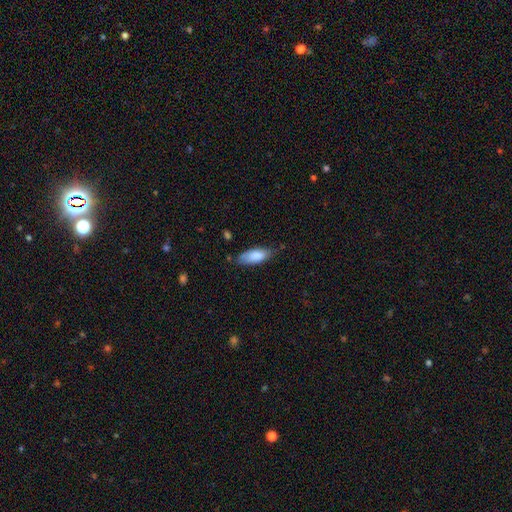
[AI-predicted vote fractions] Smooth or featured?
  - smooth: 84% *
  - featured or disk: 10%
  - star or artifact: 6%
How rounded?
  - in between: 76% *
  - cigar-shaped: 23%
  - round: 2%
Merging?
  - none: 70% *
  - minor disturbance: 24%
  - major disturbance: 4%
  - merger: 2%